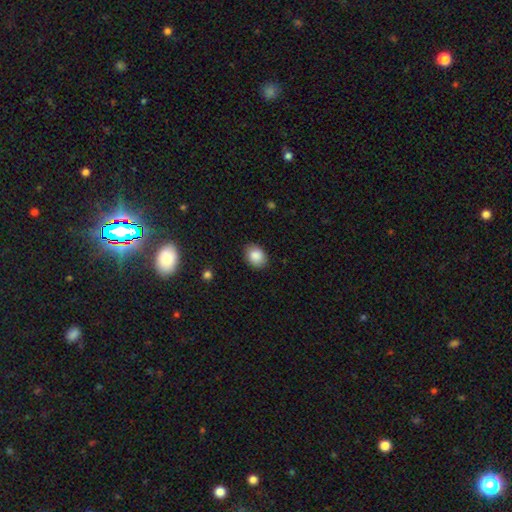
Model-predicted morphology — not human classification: smooth-or-featured: smooth: 88% | star or artifact: 8% | featured or disk: 4%
  how-rounded: in between: 62% | round: 37% | cigar-shaped: 1%
  merging: none: 85% | minor disturbance: 11% | major disturbance: 2% | merger: 1%